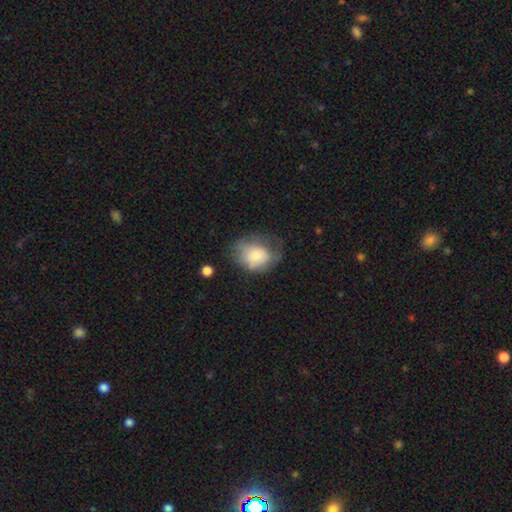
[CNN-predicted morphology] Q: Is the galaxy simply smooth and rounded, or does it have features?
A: smooth — 69%.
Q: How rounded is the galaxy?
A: in between — 55%.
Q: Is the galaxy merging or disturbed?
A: none — 39%.